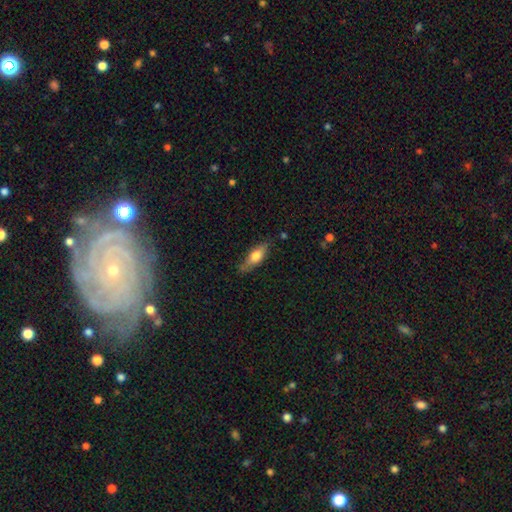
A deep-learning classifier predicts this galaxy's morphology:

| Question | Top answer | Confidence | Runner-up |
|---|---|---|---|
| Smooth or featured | smooth | 64% | featured or disk (30%) |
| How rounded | in between | 58% | cigar-shaped (39%) |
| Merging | none | 71% | minor disturbance (22%) |